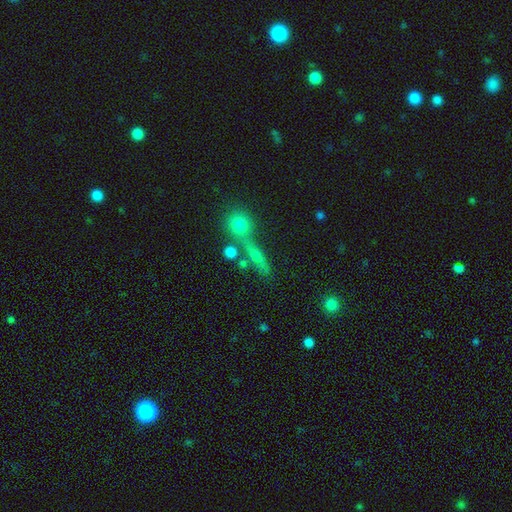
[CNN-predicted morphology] A smooth galaxy with no disk features (41%). Merging: none (58%).